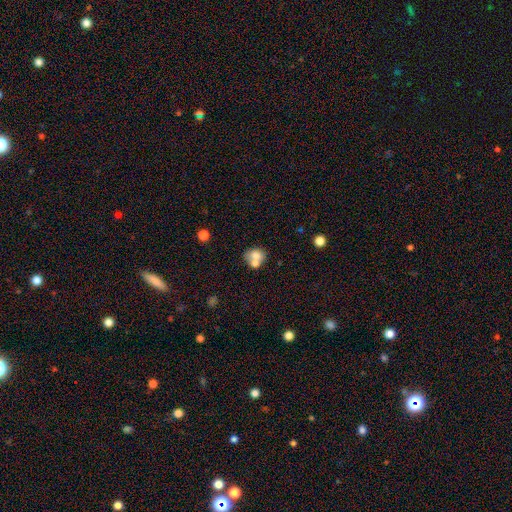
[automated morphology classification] A smooth galaxy with no disk features (70%) that is round (61%). Merging: merger (47%).